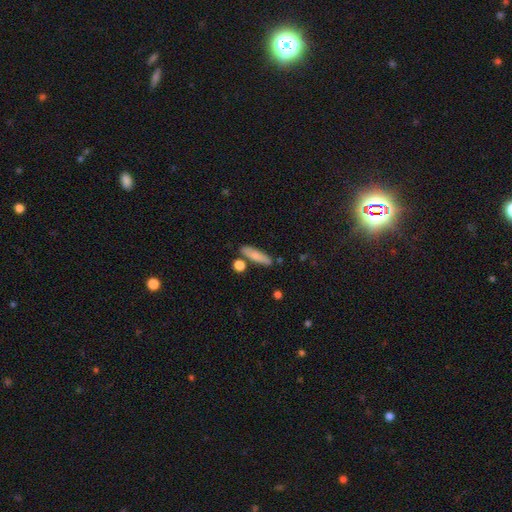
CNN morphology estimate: smooth_or_featured: smooth (p=0.79) [alt: featured or disk p=0.15]
how_rounded: cigar-shaped (p=0.61) [alt: in between p=0.35]
merging: none (p=0.76) [alt: minor disturbance p=0.13]